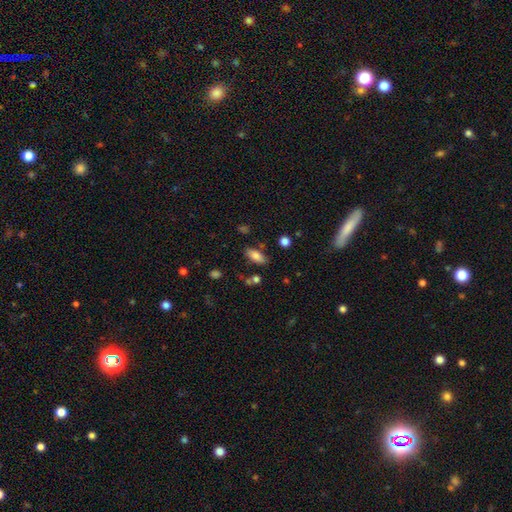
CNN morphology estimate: smooth-or-featured: smooth: 82% | featured or disk: 9% | star or artifact: 9%
  how-rounded: in between: 86% | cigar-shaped: 11% | round: 3%
  merging: none: 77% | minor disturbance: 13% | merger: 6% | major disturbance: 4%